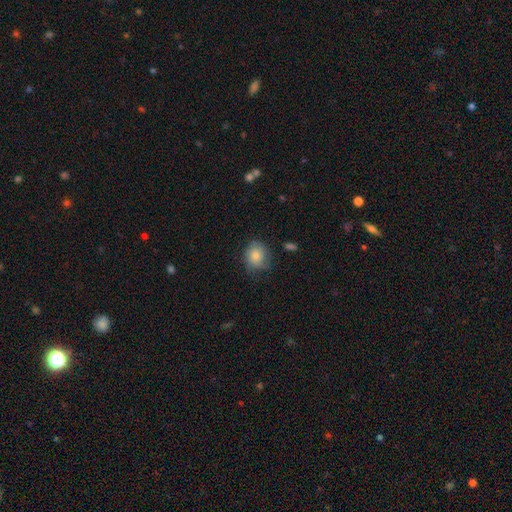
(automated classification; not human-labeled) Smooth or featured? Predicted: smooth (p=0.81). How rounded? Predicted: round (p=0.70). Merging? Predicted: none (p=0.63).